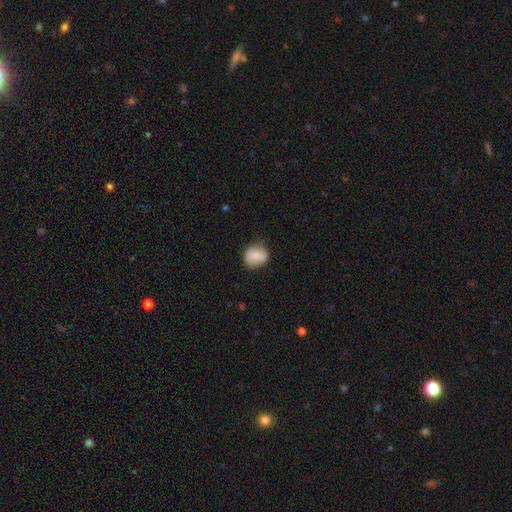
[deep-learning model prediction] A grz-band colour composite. It shows a smooth galaxy with no disk features (76%) that is round (69%). Merging: none (70%).